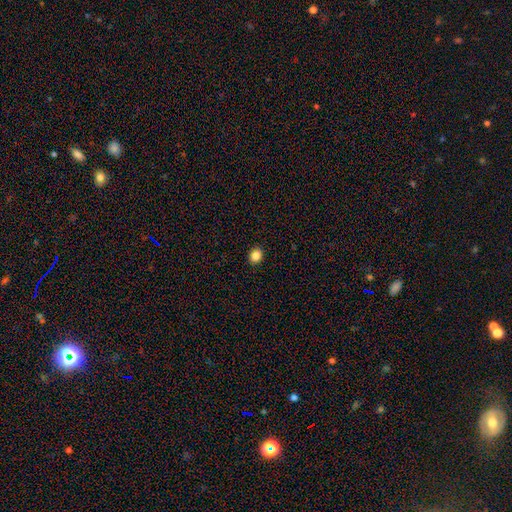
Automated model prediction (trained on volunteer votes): Smooth or featured: smooth — 85% (star or artifact — 11%)
How rounded: round — 59% (in between — 40%)
Merging: none — 91% (minor disturbance — 6%)